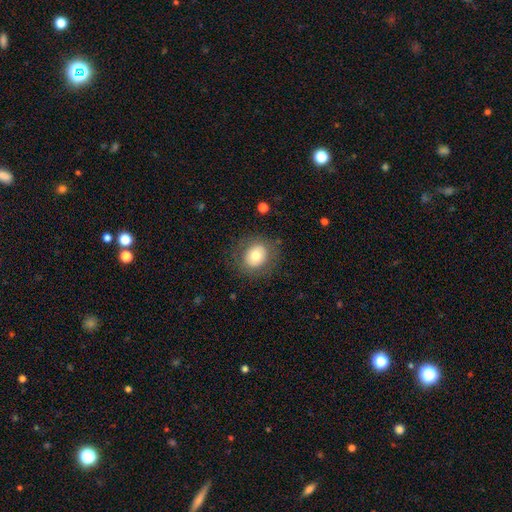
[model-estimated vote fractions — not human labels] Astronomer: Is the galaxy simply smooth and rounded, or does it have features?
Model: smooth — 71%.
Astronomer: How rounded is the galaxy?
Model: round — 72%.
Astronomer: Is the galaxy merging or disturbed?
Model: none — 82%.